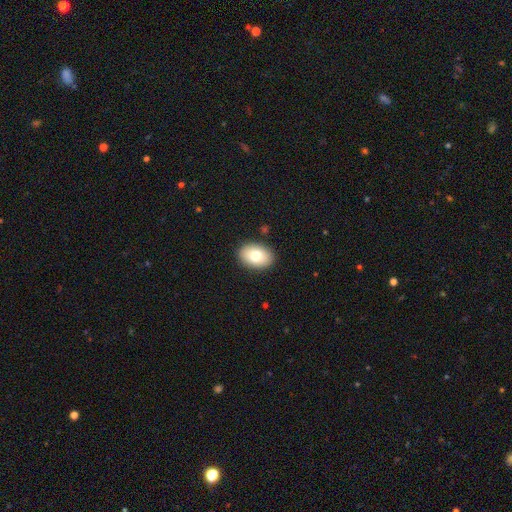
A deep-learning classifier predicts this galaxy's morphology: A smooth galaxy with no disk features (77%) that is in between round and cigar-shaped (83%).

Vote fractions:
- Smooth or featured? smooth: 77% / featured or disk: 15% / star or artifact: 8%
- How rounded? in between: 83% / round: 16% / cigar-shaped: 1%
- Merging? none: 89% / minor disturbance: 8% / major disturbance: 2% / merger: 1%